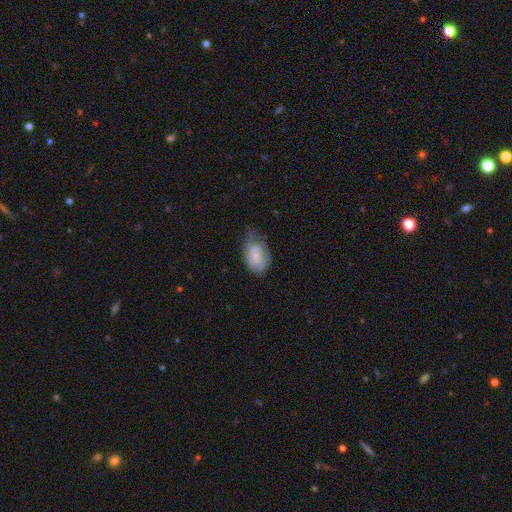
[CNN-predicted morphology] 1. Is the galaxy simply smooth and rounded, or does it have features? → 62% smooth, 31% featured or disk, 7% star or artifact.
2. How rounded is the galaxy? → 85% in between, 13% round, 1% cigar-shaped.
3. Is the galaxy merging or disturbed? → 43% minor disturbance, 36% none, 19% major disturbance, 2% merger.